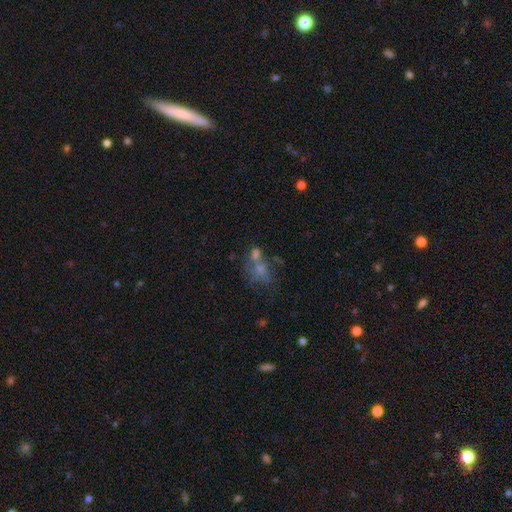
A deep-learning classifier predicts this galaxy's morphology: smooth-or-featured: smooth: 41% | featured or disk: 34% | star or artifact: 25%
  merging: none: 36% | merger: 34% | major disturbance: 16% | minor disturbance: 14%